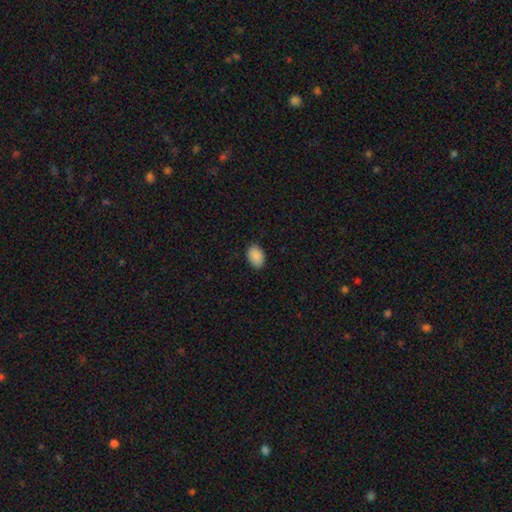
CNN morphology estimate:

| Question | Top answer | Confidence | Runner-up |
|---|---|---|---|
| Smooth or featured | smooth | 90% | star or artifact (7%) |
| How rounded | in between | 84% | round (14%) |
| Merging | none | 88% | minor disturbance (10%) |